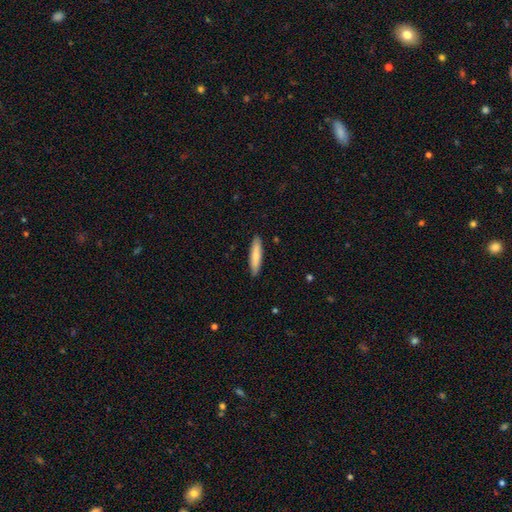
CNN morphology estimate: The model was most divided on "how rounded": cigar-shaped: 80%, in between: 19%, round: 1%. More confident: merging — none (88%); smooth or featured — smooth (79%).